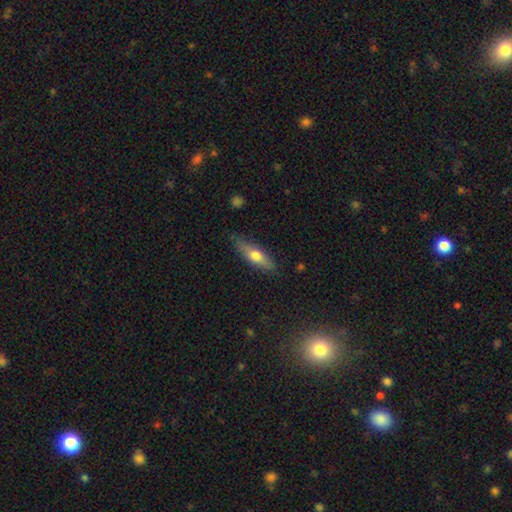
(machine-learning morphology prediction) This appears to be a smooth galaxy with no disk features (58%) that is cigar-shaped (61%). Merging: none (78%).